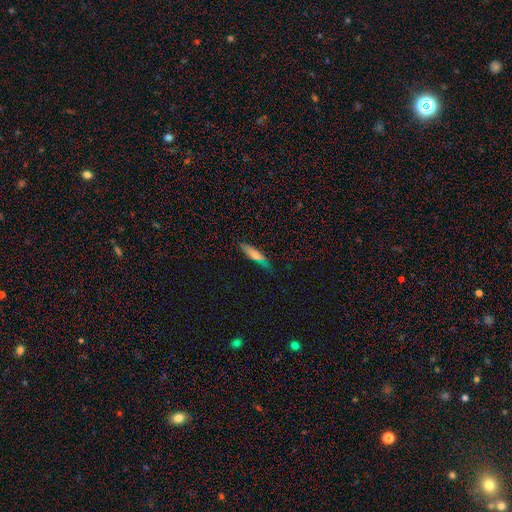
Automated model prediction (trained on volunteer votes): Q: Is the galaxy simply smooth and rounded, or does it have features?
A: smooth — 70%.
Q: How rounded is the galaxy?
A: cigar-shaped — 73%.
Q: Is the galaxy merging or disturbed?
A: none — 73%.